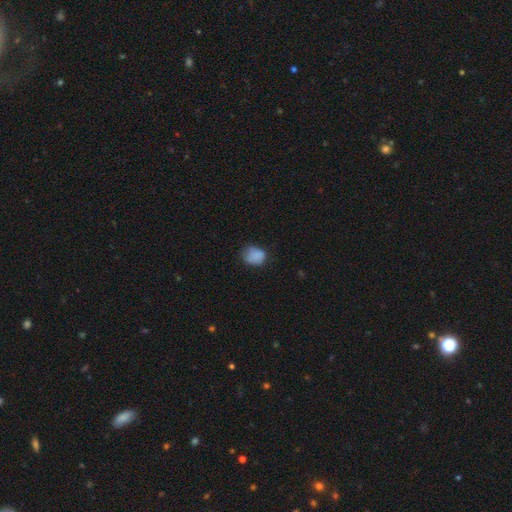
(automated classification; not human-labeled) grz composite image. It shows a smooth galaxy with no disk features (81%) that is round (52%). Merging: none (56%).